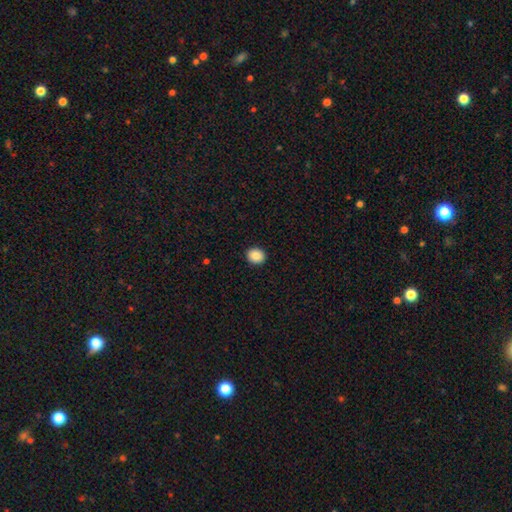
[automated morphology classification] smooth 87%, star or artifact 9%, featured or disk 4%. Down the decision tree: how rounded — round (73%); merging — none (92%).